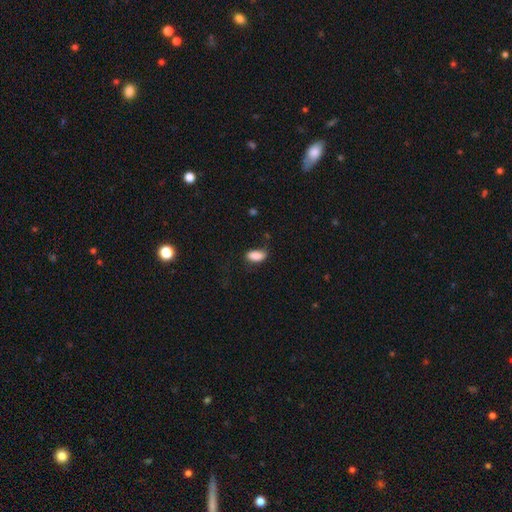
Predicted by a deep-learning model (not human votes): A smooth galaxy with no disk features (88%) that is in between round and cigar-shaped (89%). Merging: none (66%).